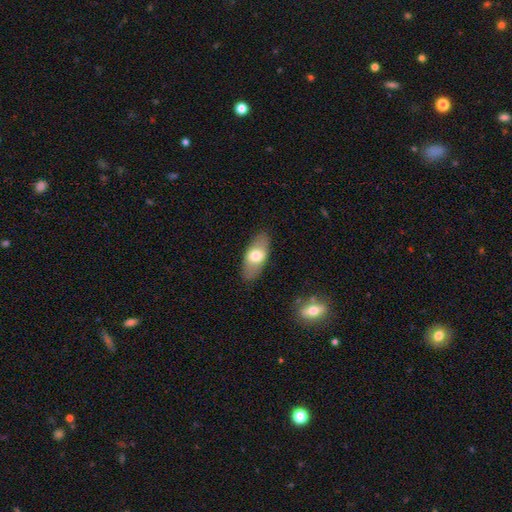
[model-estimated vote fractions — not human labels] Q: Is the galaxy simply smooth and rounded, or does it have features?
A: smooth — 64%.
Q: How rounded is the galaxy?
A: in between — 84%.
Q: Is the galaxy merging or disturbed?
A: none — 85%.